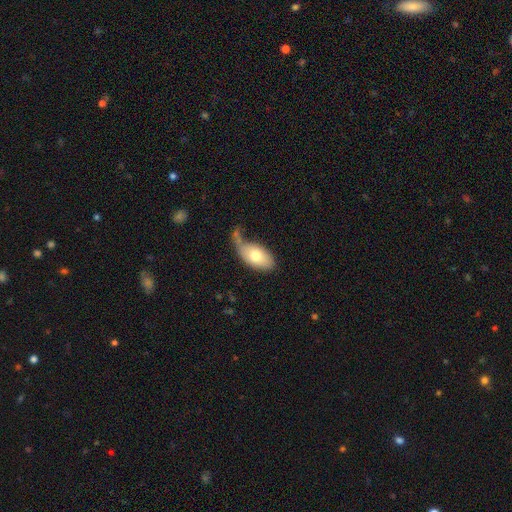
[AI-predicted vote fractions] Smooth or featured? Predicted: smooth (p=0.72). How rounded? Predicted: in between (p=0.93). Merging? Predicted: none (p=0.37).